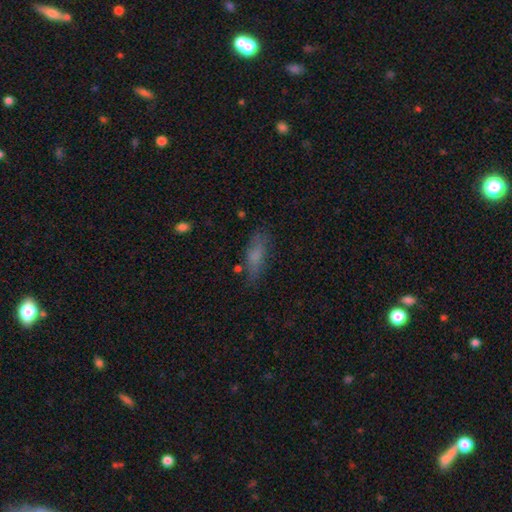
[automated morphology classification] Smooth or featured? smooth (67%)
How rounded? in between (54%)
Merging? none (66%)